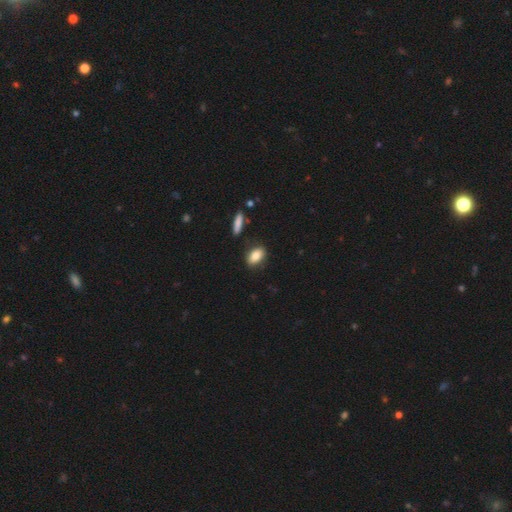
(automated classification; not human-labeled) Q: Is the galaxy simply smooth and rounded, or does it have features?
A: smooth — 83%.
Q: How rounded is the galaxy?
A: in between — 85%.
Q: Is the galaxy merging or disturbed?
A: none — 83%.